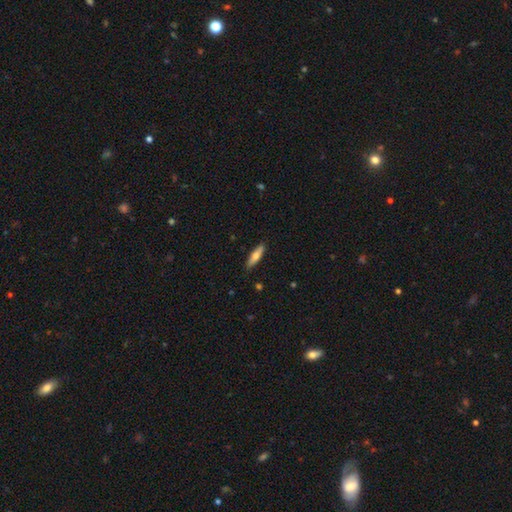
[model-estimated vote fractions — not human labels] smooth 69%, featured or disk 26%, star or artifact 6%. Down the decision tree: how rounded — cigar-shaped (66%); merging — none (87%).